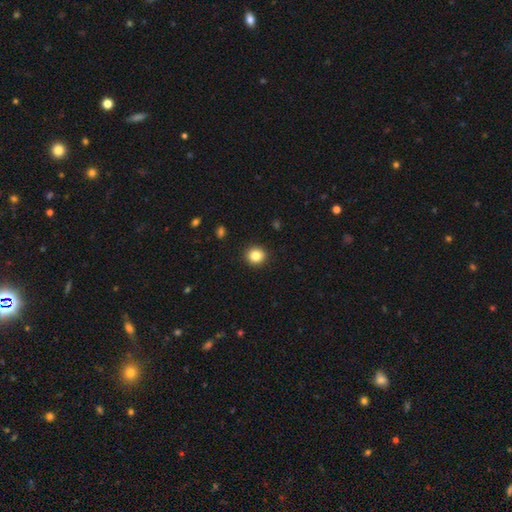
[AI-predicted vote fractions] This is clearly a smooth galaxy (84%). How rounded: clearly round (90%). Merging: clearly none (93%).